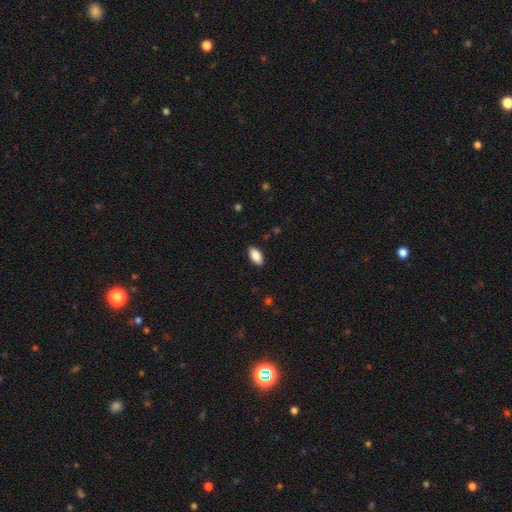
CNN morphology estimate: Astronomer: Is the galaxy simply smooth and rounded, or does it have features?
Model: smooth — 89%.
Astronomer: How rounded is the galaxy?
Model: in between — 93%.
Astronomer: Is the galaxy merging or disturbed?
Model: none — 88%.